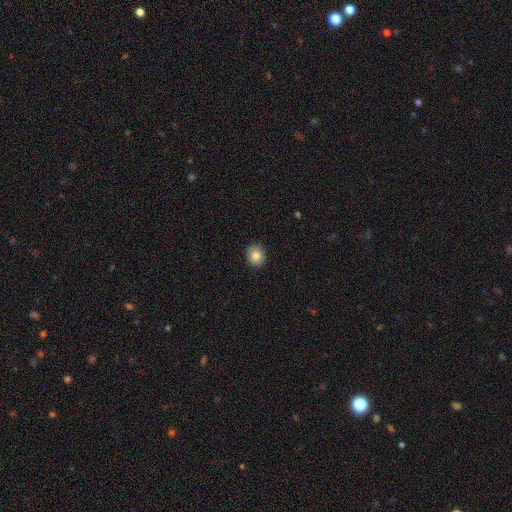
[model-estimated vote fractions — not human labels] Smooth or featured? Predicted: smooth (p=0.85). How rounded? Predicted: round (p=0.74). Merging? Predicted: none (p=0.88).